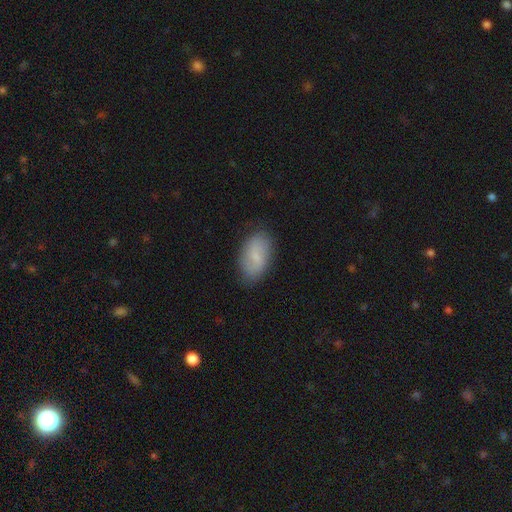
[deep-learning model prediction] Smooth or featured: smooth — 70% (featured or disk — 23%)
How rounded: in between — 92% (round — 5%)
Merging: none — 81% (minor disturbance — 14%)